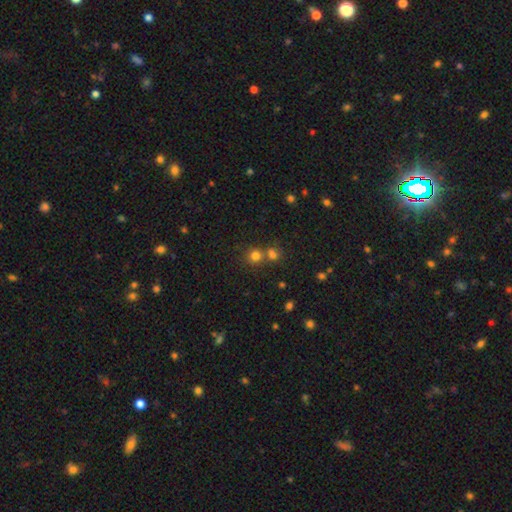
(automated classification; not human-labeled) Morphology: type=smooth (76%); roundness=round (88%); merging=none (57%).